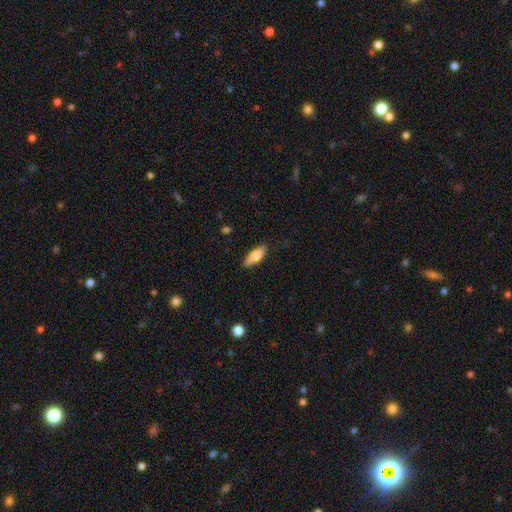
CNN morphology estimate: type=smooth (71%); roundness=in between (66%); merging=none (82%).